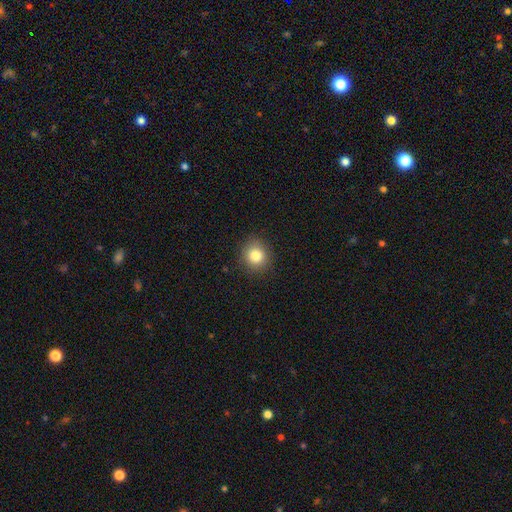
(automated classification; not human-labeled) A smooth galaxy with no disk features (82%) that is round (84%). Merging: none (89%).